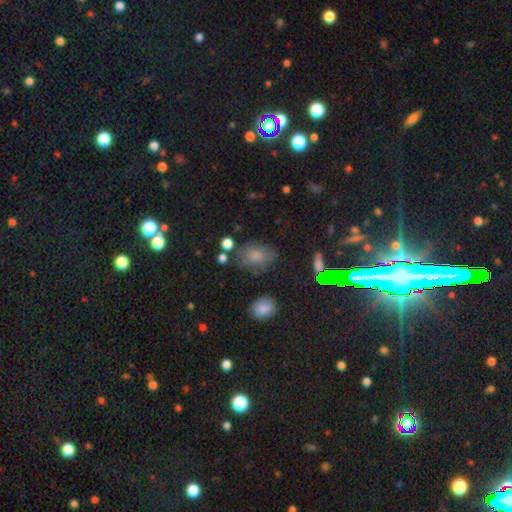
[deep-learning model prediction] smooth_or_featured: smooth (p=0.70) [alt: star or artifact p=0.18]
how_rounded: in between (p=0.68) [alt: round p=0.30]
merging: none (p=0.66) [alt: minor disturbance p=0.21]